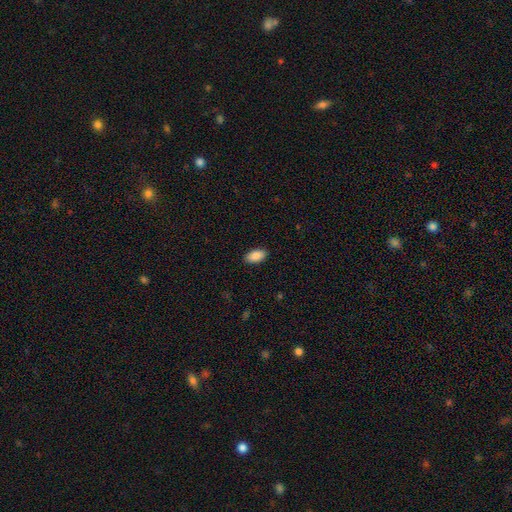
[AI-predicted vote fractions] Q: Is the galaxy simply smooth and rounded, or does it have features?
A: smooth — 88%.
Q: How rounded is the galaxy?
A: in between — 94%.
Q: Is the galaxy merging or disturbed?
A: none — 89%.